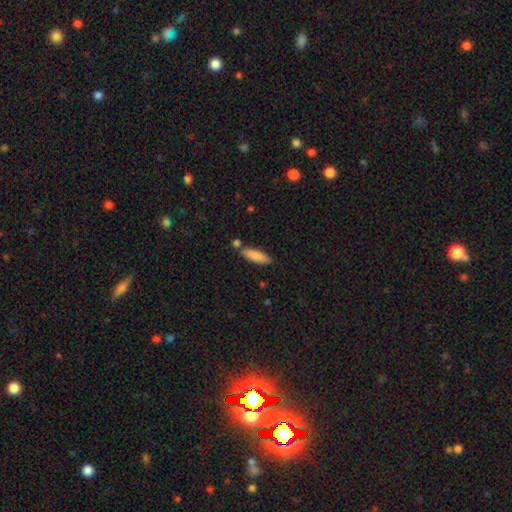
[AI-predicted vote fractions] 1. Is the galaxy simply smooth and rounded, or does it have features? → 85% smooth, 9% featured or disk, 6% star or artifact.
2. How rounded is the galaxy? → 56% cigar-shaped, 42% in between, 2% round.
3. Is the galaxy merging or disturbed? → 76% none, 13% minor disturbance, 9% merger, 3% major disturbance.